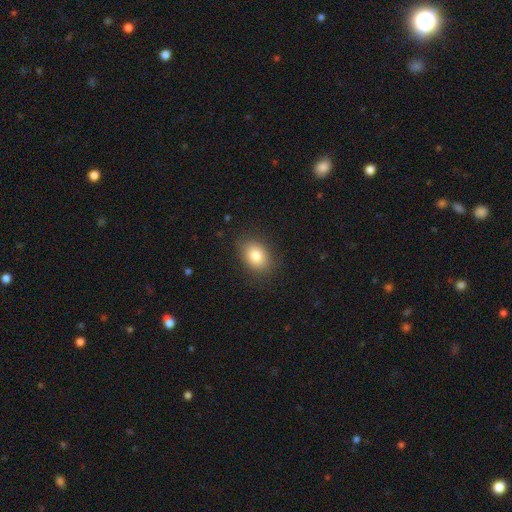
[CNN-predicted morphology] smooth_or_featured: smooth (p=0.82) [alt: star or artifact p=0.09]
how_rounded: in between (p=0.70) [alt: round p=0.28]
merging: none (p=0.85) [alt: minor disturbance p=0.11]